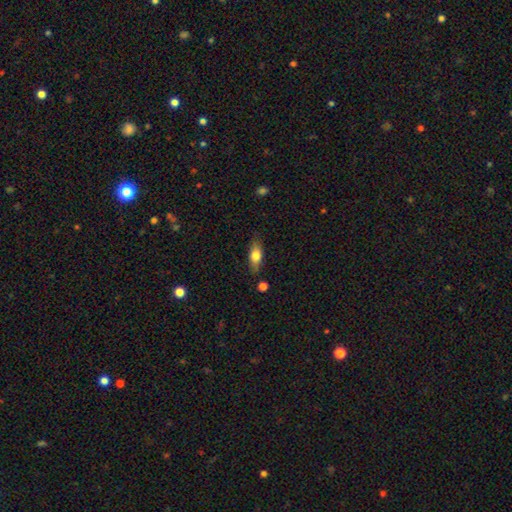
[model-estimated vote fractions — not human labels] Q: Smooth or featured?
A: smooth (70%); runner-up: featured or disk (23%)
Q: How rounded?
A: in between (73%); runner-up: cigar-shaped (22%)
Q: Merging?
A: none (81%); runner-up: minor disturbance (14%)